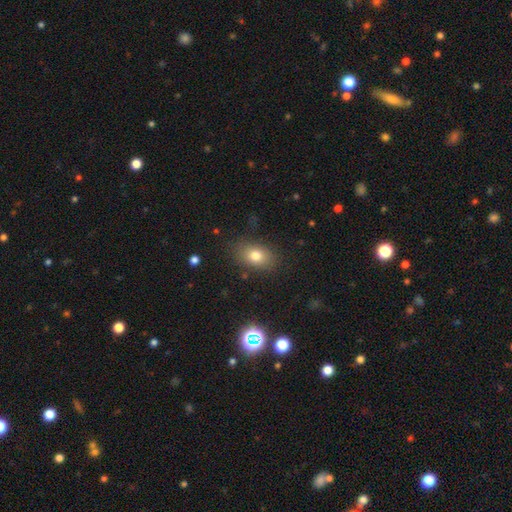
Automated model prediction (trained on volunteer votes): Overall: smooth (77%). How rounded: in between (79%). Merging: none (82%).